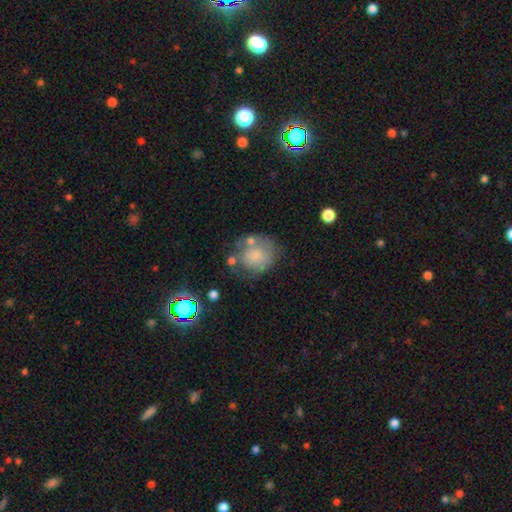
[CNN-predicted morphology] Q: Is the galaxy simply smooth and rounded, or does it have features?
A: smooth — 67%.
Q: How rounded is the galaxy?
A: round — 78%.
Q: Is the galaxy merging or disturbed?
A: none — 49%.